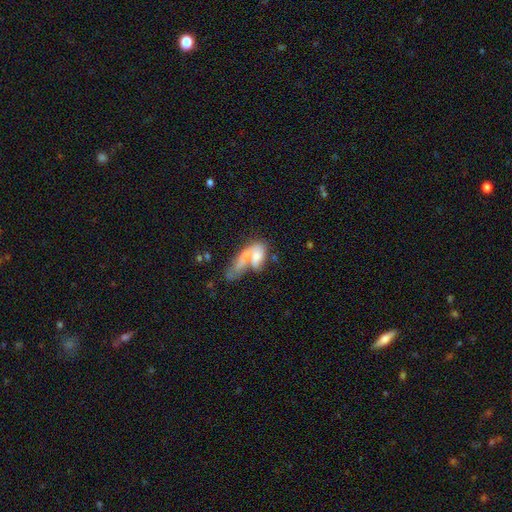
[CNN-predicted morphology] This is possibly a smooth galaxy (55%). How rounded: likely in between (72%). Merging: possibly merger (54%).